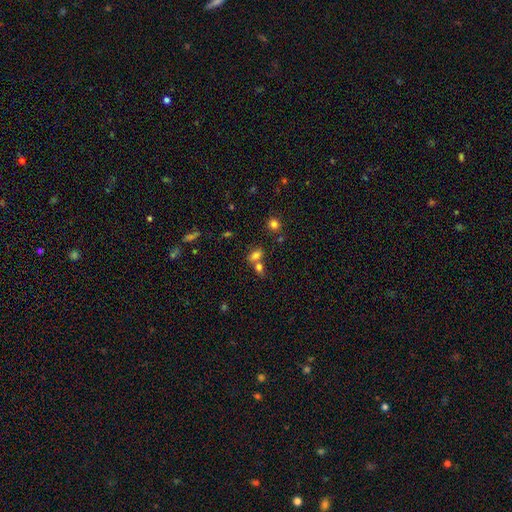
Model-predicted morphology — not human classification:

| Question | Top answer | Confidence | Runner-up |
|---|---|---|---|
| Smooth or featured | smooth | 75% | star or artifact (14%) |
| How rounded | in between | 77% | round (19%) |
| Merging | merger | 49% | none (38%) |